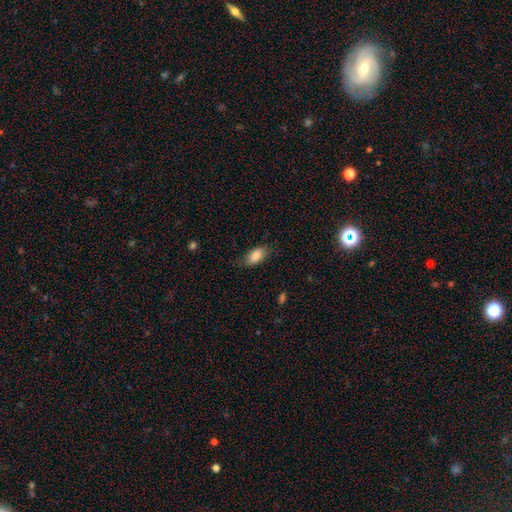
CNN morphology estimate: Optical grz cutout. It shows a smooth galaxy with no disk features (85%) that is in between round and cigar-shaped (91%). Merging: none (70%).